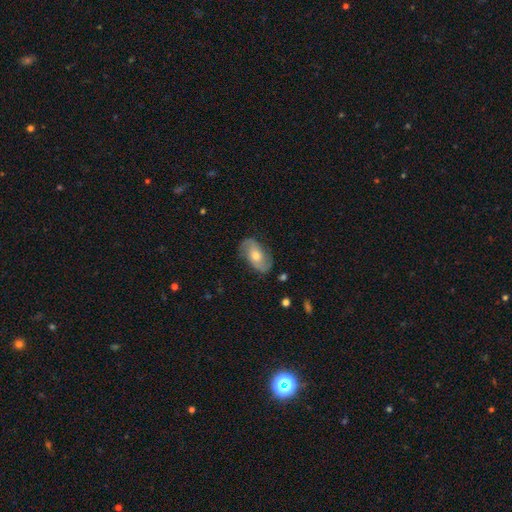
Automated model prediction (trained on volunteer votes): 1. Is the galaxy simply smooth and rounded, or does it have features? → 65% featured or disk, 28% smooth, 7% star or artifact.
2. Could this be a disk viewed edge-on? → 94% no, 6% yes.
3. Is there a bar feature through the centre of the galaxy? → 62% no, 29% weak, 9% strong.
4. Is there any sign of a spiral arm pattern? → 86% yes, 14% no.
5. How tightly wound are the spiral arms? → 40% medium, 39% loose, 21% tight.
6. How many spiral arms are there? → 87% 2, 7% can't tell, 2% 1, 1% 3, 1% 4, 1% more than 4.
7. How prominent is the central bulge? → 70% moderate, 19% small, 8% large, 1% none, 1% dominant.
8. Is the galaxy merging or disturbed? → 79% none, 15% minor disturbance, 5% major disturbance, 1% merger.